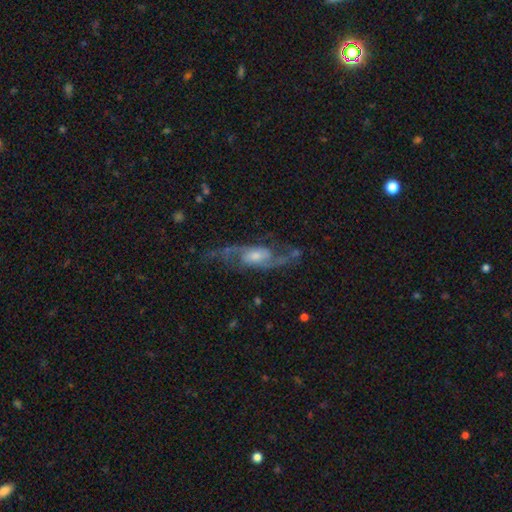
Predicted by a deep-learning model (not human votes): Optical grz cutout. It shows a featured or disk galaxy (87%) with no bar (44%), 2 (88%) medium (47%) spiral arms (96%) and a moderate central bulge (43%). Merging: none (70%).